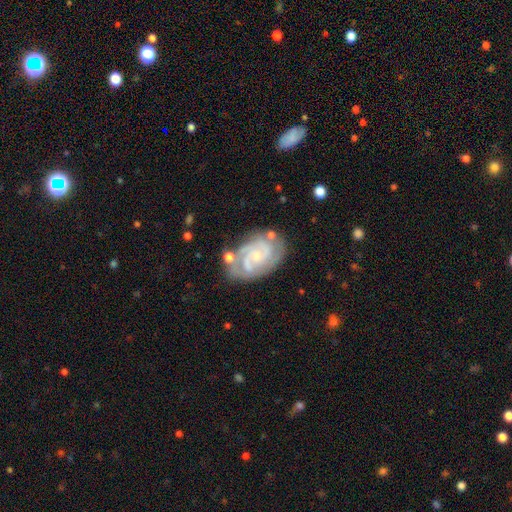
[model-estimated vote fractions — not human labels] This appears to be a featured or disk galaxy (85%) with no bar (59%), 2 (55%) tight (56%) spiral arms (96%) and a small central bulge (67%). Merging: none (66%).